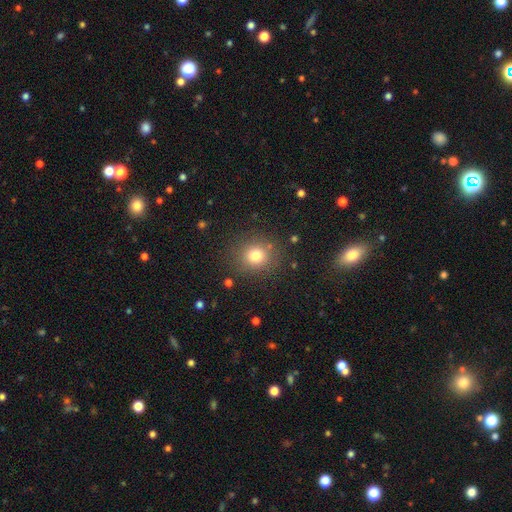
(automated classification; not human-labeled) smooth_or_featured: smooth (p=0.77) [alt: star or artifact p=0.14]
how_rounded: round (p=0.83) [alt: in between p=0.16]
merging: none (p=0.84) [alt: minor disturbance p=0.09]